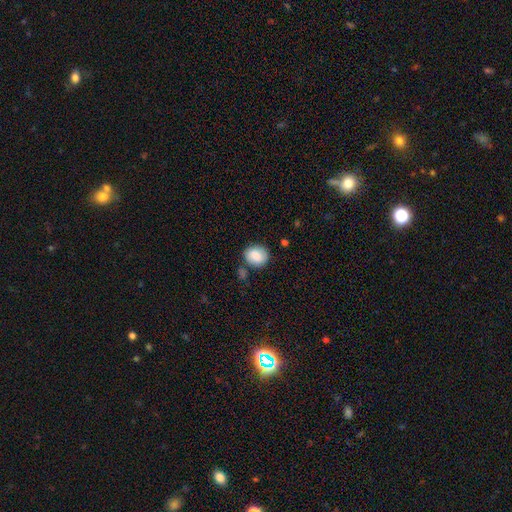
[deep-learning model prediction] Smooth or featured?
  - smooth: 87% *
  - star or artifact: 7%
  - featured or disk: 6%
How rounded?
  - round: 68% *
  - in between: 31%
  - cigar-shaped: 1%
Merging?
  - none: 73% *
  - minor disturbance: 16%
  - merger: 7%
  - major disturbance: 4%